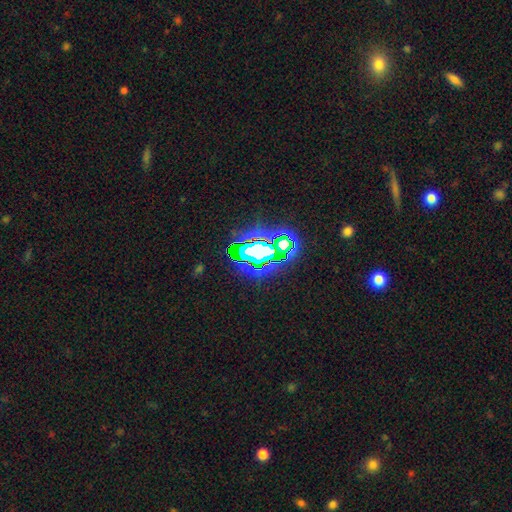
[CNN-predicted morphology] Overall: star or artifact (75%).